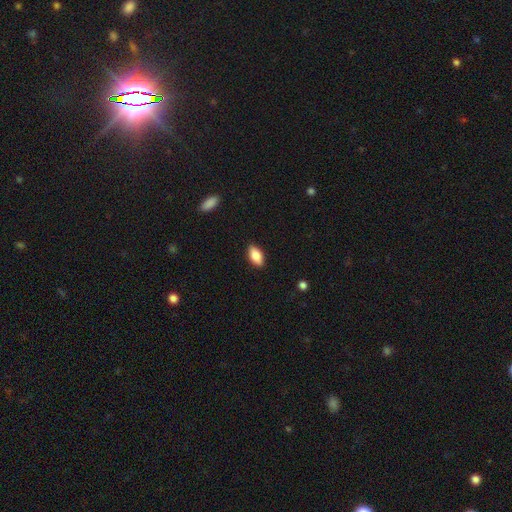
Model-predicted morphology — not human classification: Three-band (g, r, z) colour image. It shows a smooth galaxy with no disk features (82%) that is in between round and cigar-shaped (90%). Merging: none (89%).